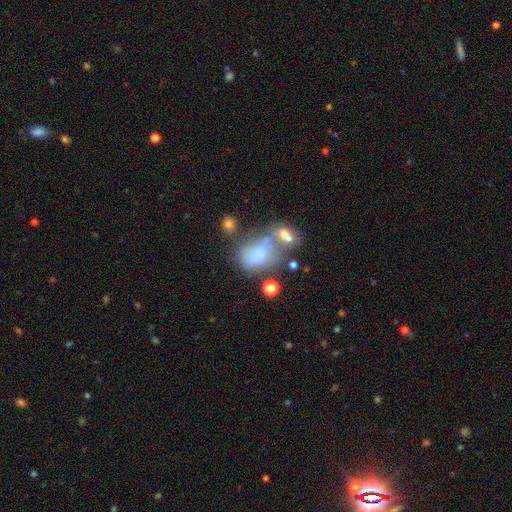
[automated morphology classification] Smooth or featured?
  - smooth: 61% *
  - featured or disk: 24%
  - star or artifact: 15%
How rounded?
  - in between: 63% *
  - round: 35%
  - cigar-shaped: 1%
Merging?
  - merger: 38% *
  - none: 26%
  - major disturbance: 20%
  - minor disturbance: 16%